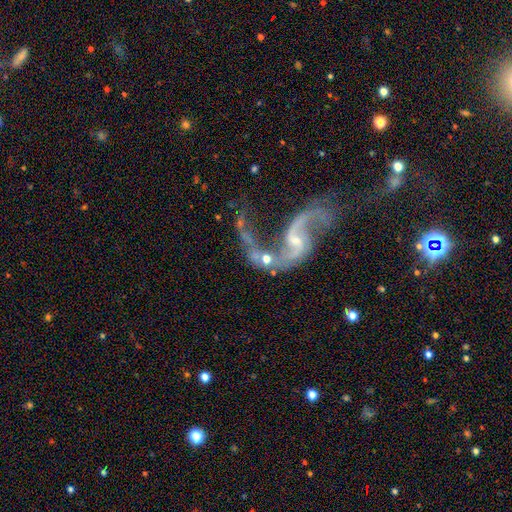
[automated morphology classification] type=featured or disk (85%); edge-on=no (96%); bar=no (46%); spiral arms=yes (91%); winding=loose (83%); arm count=2 (87%); bulge=small (61%); merging=none (33%).